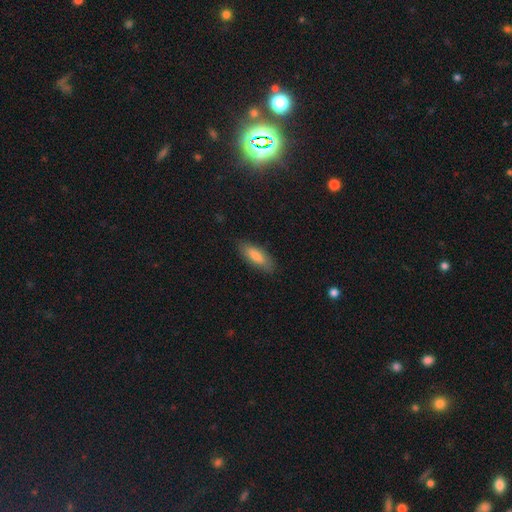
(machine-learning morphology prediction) Q: Smooth or featured?
A: smooth (78%); runner-up: featured or disk (15%)
Q: How rounded?
A: in between (64%); runner-up: cigar-shaped (34%)
Q: Merging?
A: none (84%); runner-up: minor disturbance (13%)